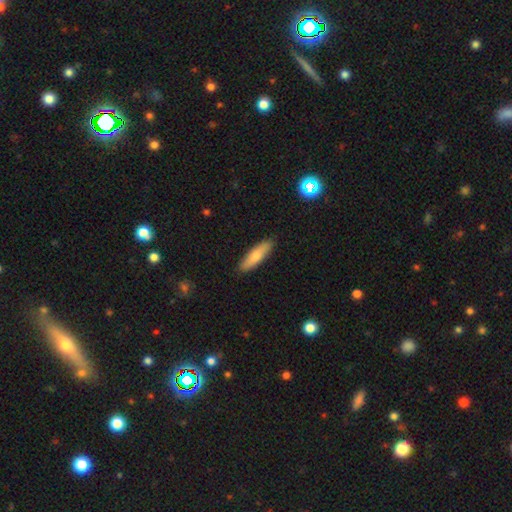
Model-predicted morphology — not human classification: A smooth galaxy with no disk features (77%) that is cigar-shaped (62%).

Vote fractions:
- Smooth or featured? smooth: 77% / featured or disk: 18% / star or artifact: 6%
- How rounded? cigar-shaped: 62% / in between: 36% / round: 2%
- Merging? none: 88% / minor disturbance: 9% / major disturbance: 2% / merger: 1%